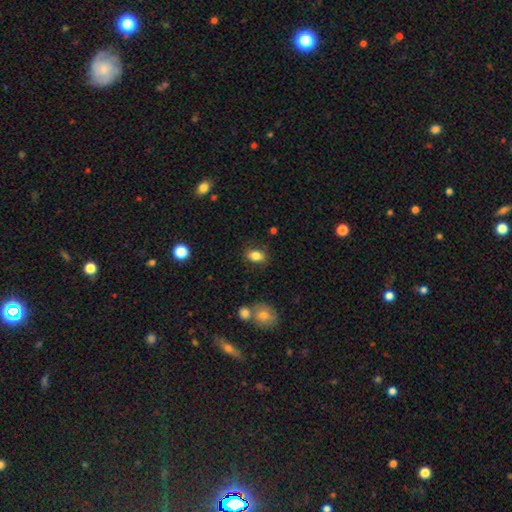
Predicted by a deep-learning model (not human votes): Smooth or featured?
  - smooth: 83% *
  - star or artifact: 9%
  - featured or disk: 8%
How rounded?
  - in between: 82% *
  - round: 16%
  - cigar-shaped: 2%
Merging?
  - none: 81% *
  - minor disturbance: 13%
  - major disturbance: 3%
  - merger: 3%